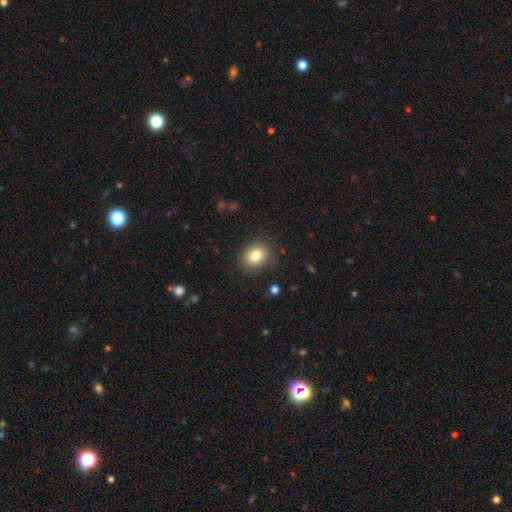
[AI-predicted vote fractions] A smooth galaxy with no disk features (83%) that is in between round and cigar-shaped (61%).

Vote fractions:
- Smooth or featured? smooth: 83% / star or artifact: 9% / featured or disk: 8%
- How rounded? in between: 61% / round: 38% / cigar-shaped: 1%
- Merging? none: 85% / minor disturbance: 10% / major disturbance: 3% / merger: 1%